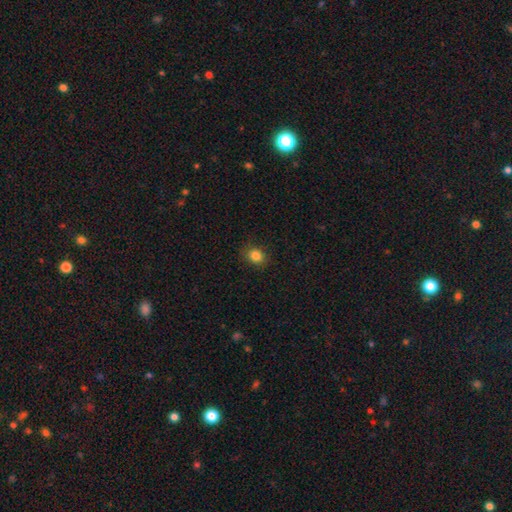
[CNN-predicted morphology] A smooth galaxy with no disk features (84%) that is round (63%).

Vote fractions:
- Smooth or featured? smooth: 84% / star or artifact: 11% / featured or disk: 5%
- How rounded? round: 63% / in between: 36% / cigar-shaped: 1%
- Merging? none: 84% / minor disturbance: 12% / major disturbance: 3% / merger: 1%